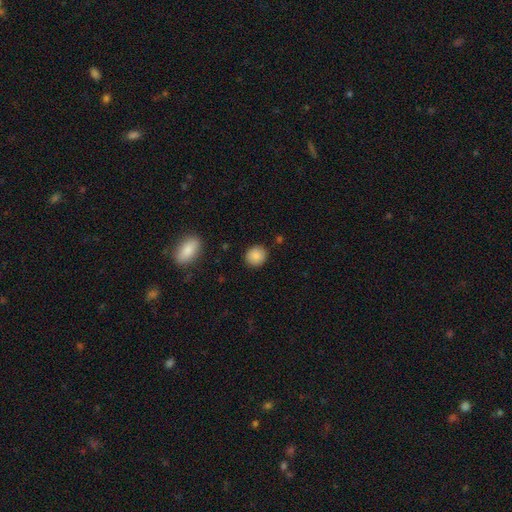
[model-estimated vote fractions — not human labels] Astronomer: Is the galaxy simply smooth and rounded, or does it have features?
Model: smooth — 88%.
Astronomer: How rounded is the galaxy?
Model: round — 82%.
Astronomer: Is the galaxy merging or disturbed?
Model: none — 88%.